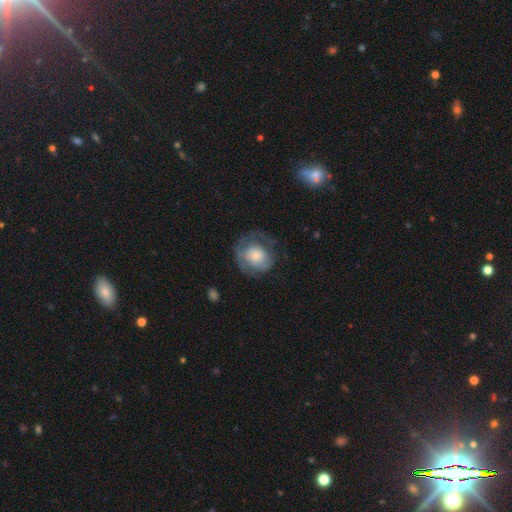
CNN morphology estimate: This appears to be a smooth galaxy with no disk features (59%) that is round (77%). Merging: none (50%).